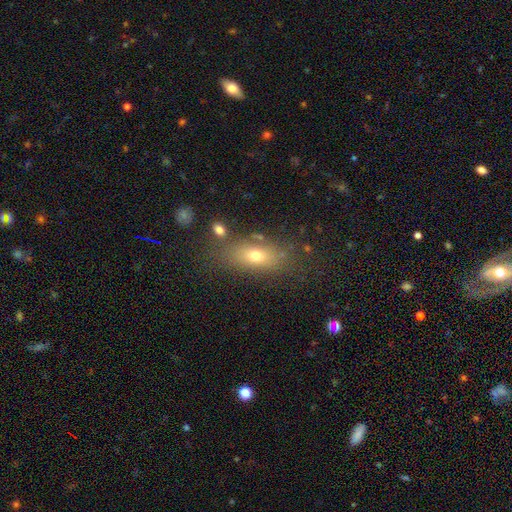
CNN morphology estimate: type=smooth (66%); roundness=in between (72%); merging=none (74%).